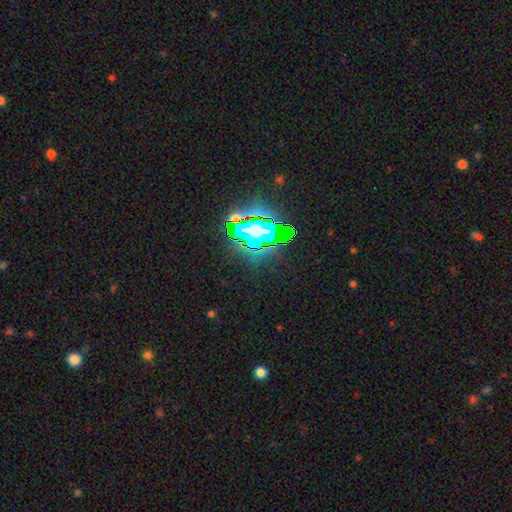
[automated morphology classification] Smooth or featured?
  - star or artifact: 64% *
  - featured or disk: 19%
  - smooth: 18%